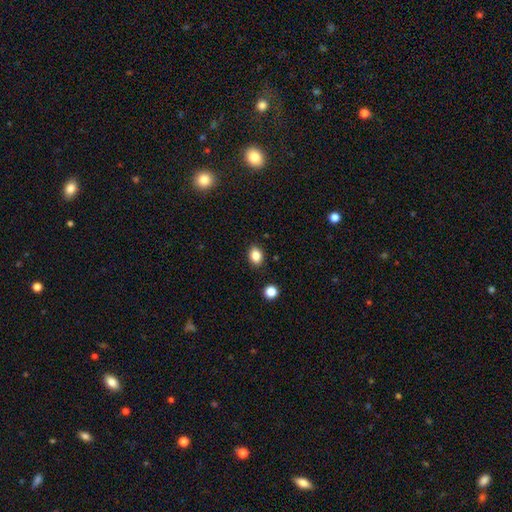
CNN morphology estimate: Overall: smooth (85%). How rounded: in between (65%; round 34%). Merging: none (88%).